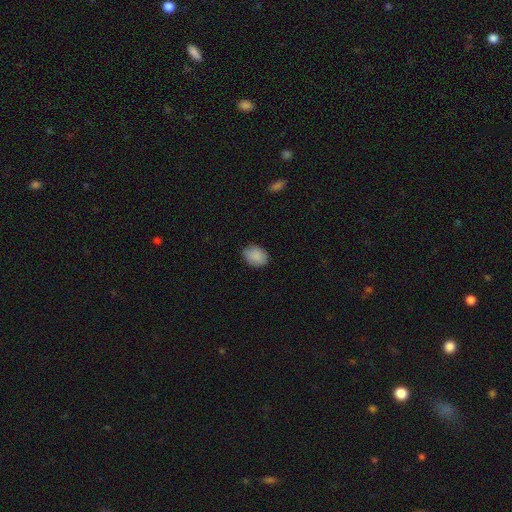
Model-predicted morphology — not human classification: type=smooth (89%); roundness=in between (68%); merging=none (85%).